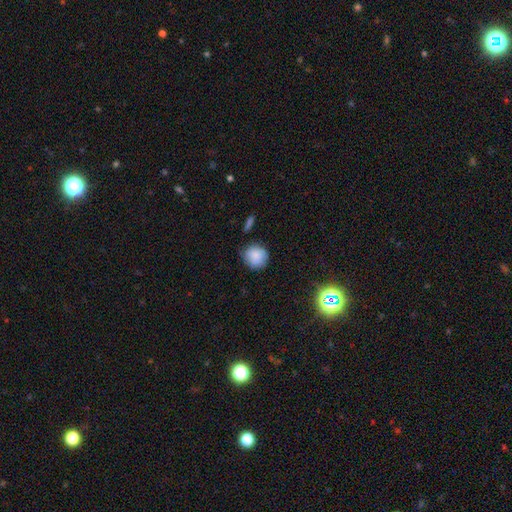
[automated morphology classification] This appears to be a smooth galaxy with no disk features (85%) that is round (89%). Merging: none (75%).